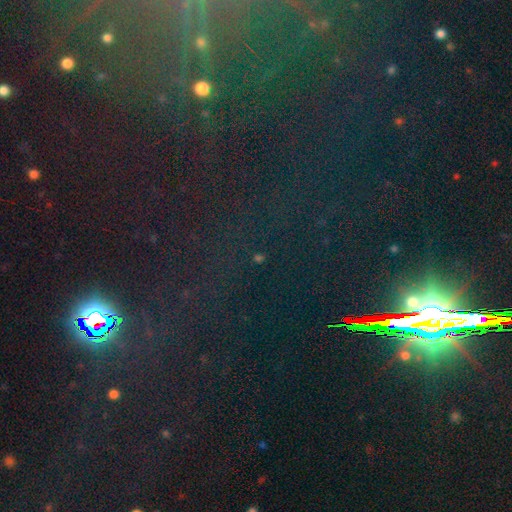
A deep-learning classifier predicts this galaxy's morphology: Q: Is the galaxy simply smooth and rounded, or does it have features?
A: star or artifact — 83%.